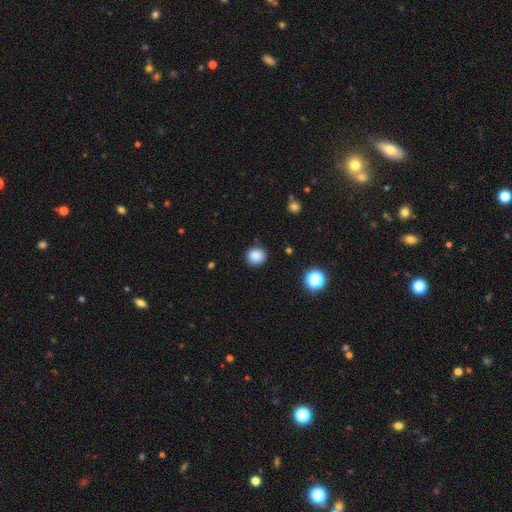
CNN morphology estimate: A smooth galaxy with no disk features (86%) that is round (89%).

Vote fractions:
- Smooth or featured? smooth: 86% / star or artifact: 11% / featured or disk: 3%
- How rounded? round: 89% / in between: 11% / cigar-shaped: 1%
- Merging? none: 89% / minor disturbance: 8% / major disturbance: 2% / merger: 1%